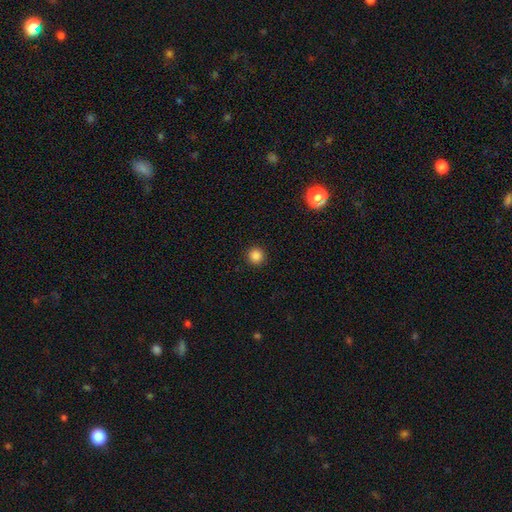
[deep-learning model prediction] This is clearly a smooth galaxy (85%). How rounded: clearly round (96%). Merging: clearly none (93%).